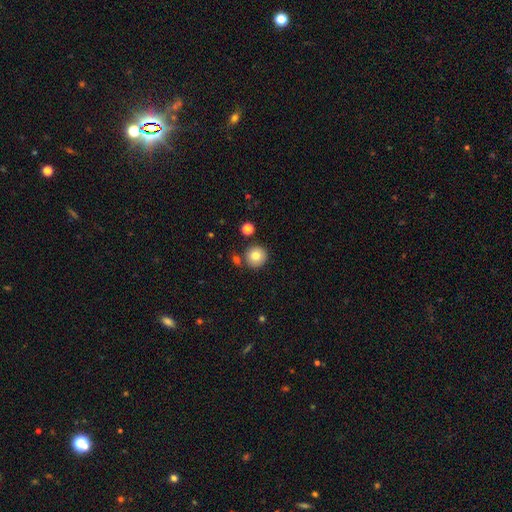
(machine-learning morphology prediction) This is clearly a smooth galaxy (80%). How rounded: clearly round (94%). Merging: clearly none (82%).